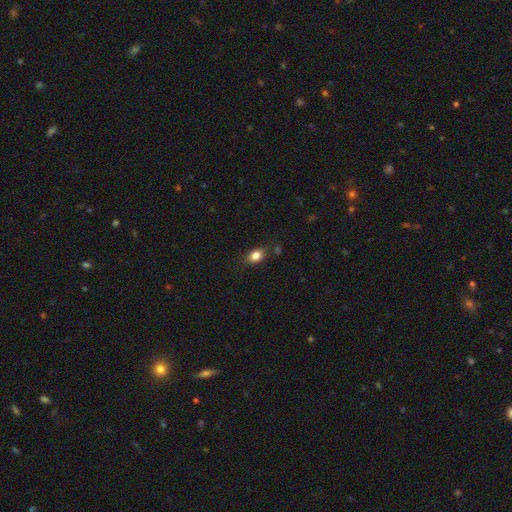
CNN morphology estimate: This appears to be a smooth galaxy with no disk features (84%) that is in between round and cigar-shaped (78%). Merging: none (77%).